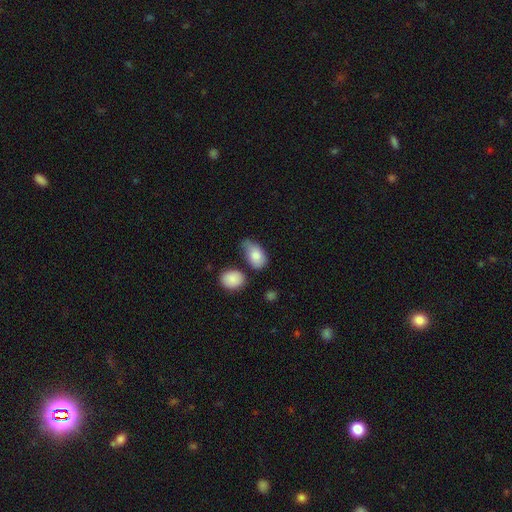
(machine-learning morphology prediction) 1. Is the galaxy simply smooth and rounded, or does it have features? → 81% smooth, 12% featured or disk, 7% star or artifact.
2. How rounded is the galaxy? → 90% in between, 8% round, 2% cigar-shaped.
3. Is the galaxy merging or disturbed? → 39% minor disturbance, 36% none, 16% major disturbance, 10% merger.